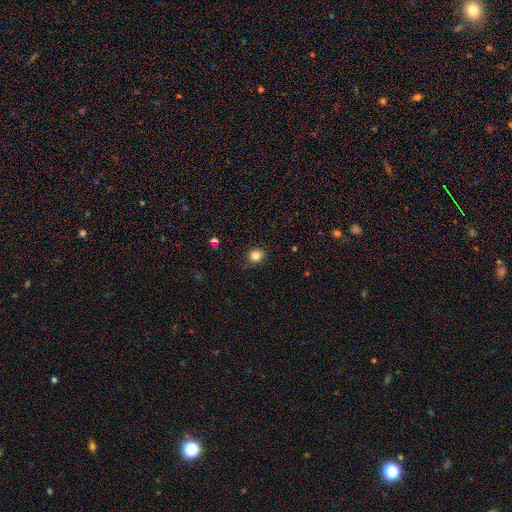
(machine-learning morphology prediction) smooth-or-featured: smooth: 84% | star or artifact: 11% | featured or disk: 4%
  how-rounded: round: 82% | in between: 17% | cigar-shaped: 1%
  merging: none: 87% | minor disturbance: 10% | major disturbance: 2% | merger: 1%